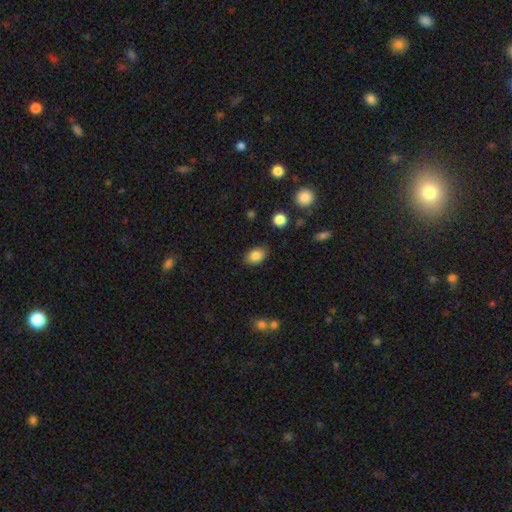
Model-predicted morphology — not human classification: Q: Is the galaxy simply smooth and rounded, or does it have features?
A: smooth — 84%.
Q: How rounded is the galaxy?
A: in between — 81%.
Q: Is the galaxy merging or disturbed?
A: none — 84%.